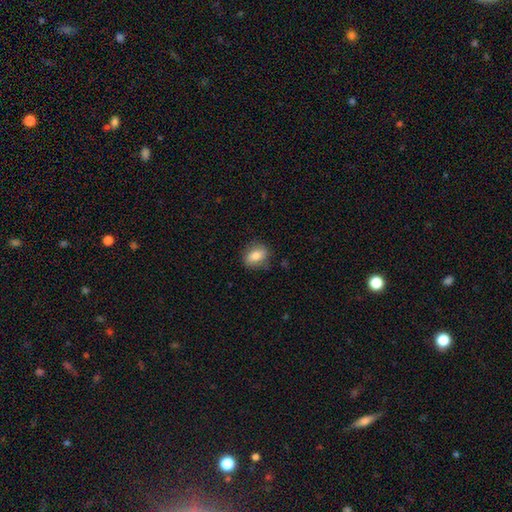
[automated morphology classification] smooth_or_featured: smooth (p=0.78) [alt: featured or disk p=0.14]
how_rounded: in between (p=0.68) [alt: round p=0.30]
merging: none (p=0.81) [alt: minor disturbance p=0.15]